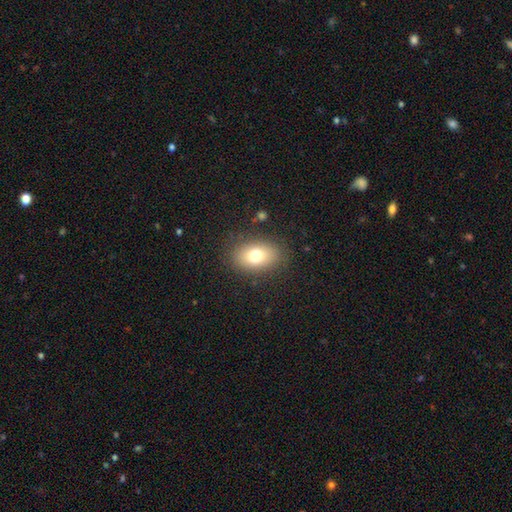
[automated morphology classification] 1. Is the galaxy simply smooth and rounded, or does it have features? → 75% smooth, 14% featured or disk, 10% star or artifact.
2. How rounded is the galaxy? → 82% in between, 16% round, 2% cigar-shaped.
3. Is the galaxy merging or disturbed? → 85% none, 10% minor disturbance, 4% major disturbance, 1% merger.